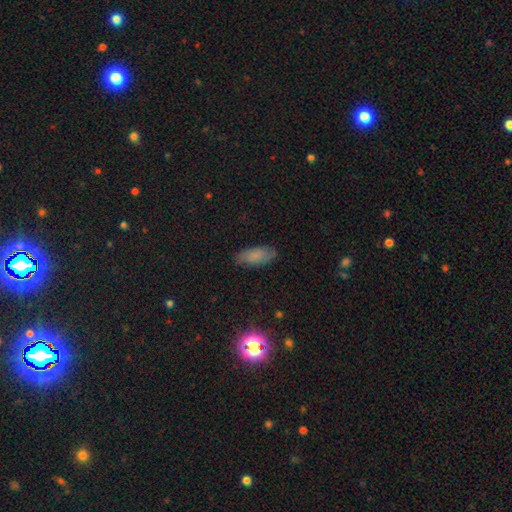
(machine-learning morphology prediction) This is likely a smooth galaxy (75%). How rounded: clearly in between (84%). Merging: clearly none (81%).